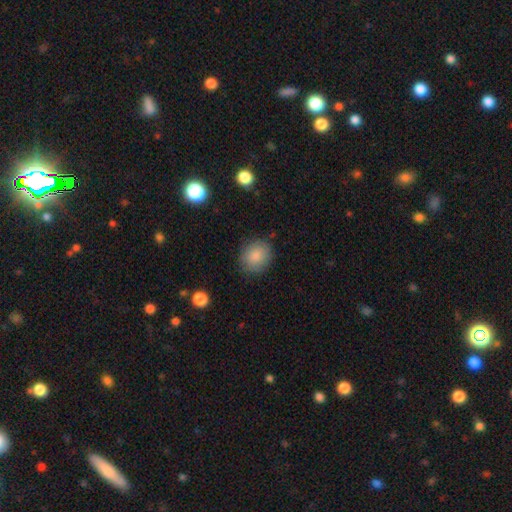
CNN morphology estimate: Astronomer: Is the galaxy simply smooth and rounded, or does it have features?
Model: smooth — 86%.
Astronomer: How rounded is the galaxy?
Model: round — 69%.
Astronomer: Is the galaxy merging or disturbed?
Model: none — 84%.